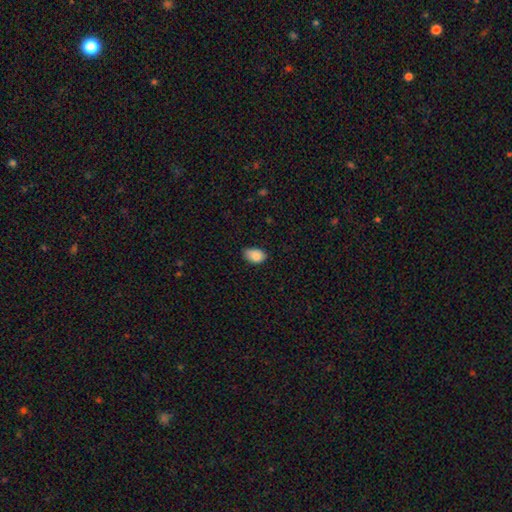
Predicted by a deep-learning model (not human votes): smooth-or-featured: smooth: 87% | star or artifact: 8% | featured or disk: 5%
  how-rounded: in between: 89% | round: 9% | cigar-shaped: 1%
  merging: none: 68% | minor disturbance: 27% | major disturbance: 4% | merger: 1%